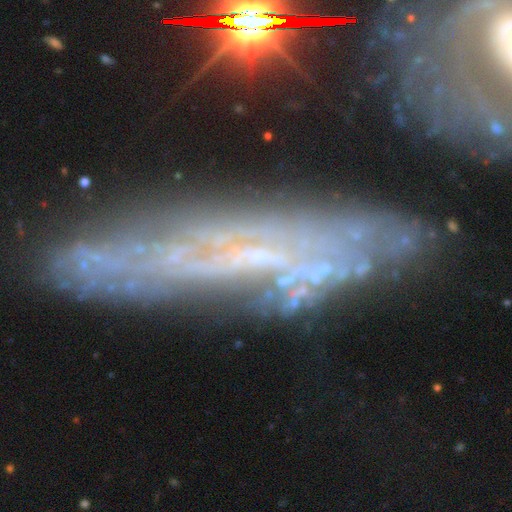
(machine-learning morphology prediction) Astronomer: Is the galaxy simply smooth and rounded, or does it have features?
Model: featured or disk — 66%.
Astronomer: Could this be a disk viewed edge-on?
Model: no — 56% (runner-up: yes, 44%).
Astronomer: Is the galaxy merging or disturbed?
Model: none — 67%.